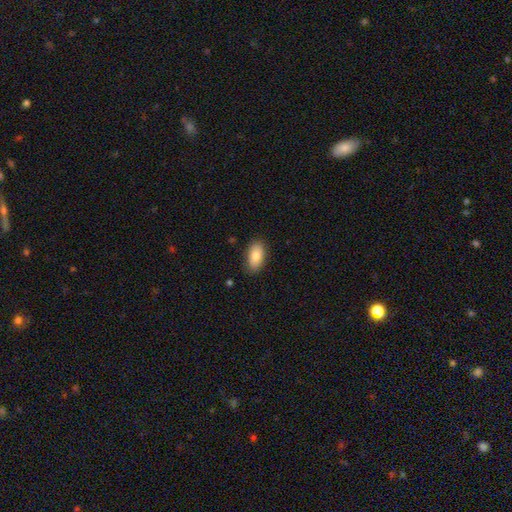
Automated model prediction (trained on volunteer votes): The model was most divided on "smooth or featured": smooth: 82%, featured or disk: 12%, star or artifact: 7%. More confident: how rounded — in between (93%); merging — none (85%).